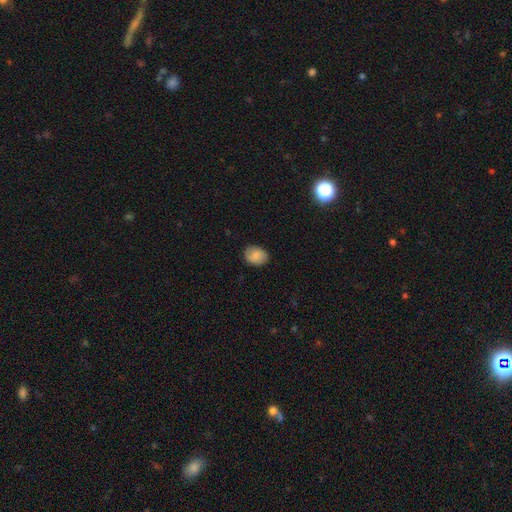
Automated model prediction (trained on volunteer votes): smooth-or-featured: smooth: 83% | featured or disk: 9% | star or artifact: 8%
  how-rounded: in between: 63% | round: 36% | cigar-shaped: 1%
  merging: none: 81% | minor disturbance: 15% | major disturbance: 3% | merger: 1%